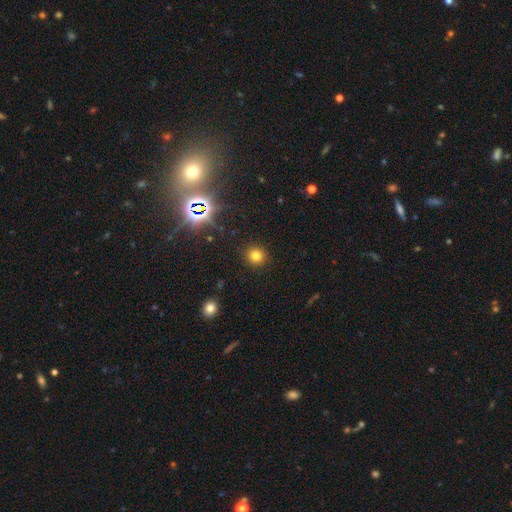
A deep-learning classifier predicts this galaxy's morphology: type=smooth (77%); roundness=round (92%); merging=none (91%).